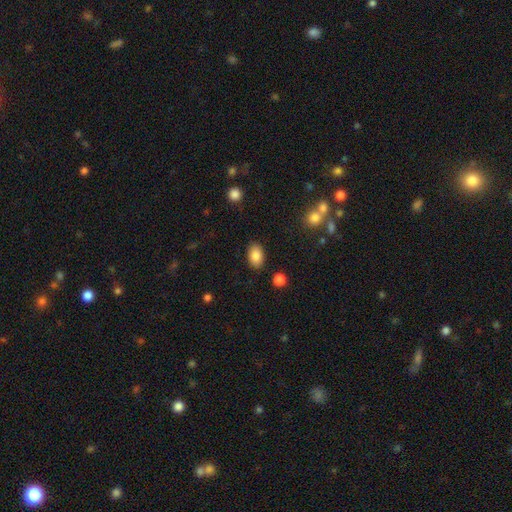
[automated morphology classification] A smooth galaxy with no disk features (85%) that is in between round and cigar-shaped (89%).

Vote fractions:
- Smooth or featured? smooth: 85% / star or artifact: 8% / featured or disk: 7%
- How rounded? in between: 89% / round: 10% / cigar-shaped: 1%
- Merging? none: 87% / minor disturbance: 9% / major disturbance: 2% / merger: 2%